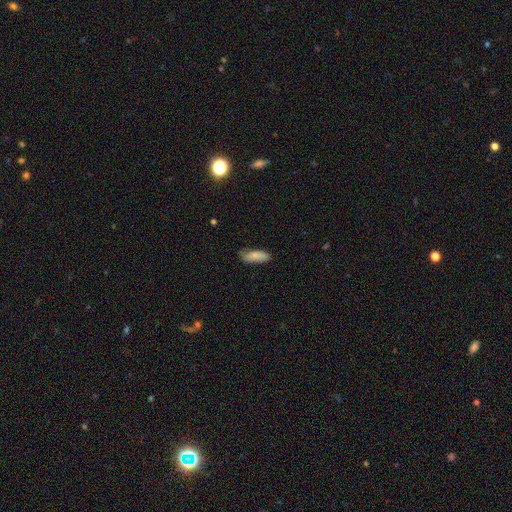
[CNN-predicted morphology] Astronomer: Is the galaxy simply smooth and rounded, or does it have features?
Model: smooth — 82%.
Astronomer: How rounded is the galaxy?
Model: in between — 66%.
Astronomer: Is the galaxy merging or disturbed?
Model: none — 73%.